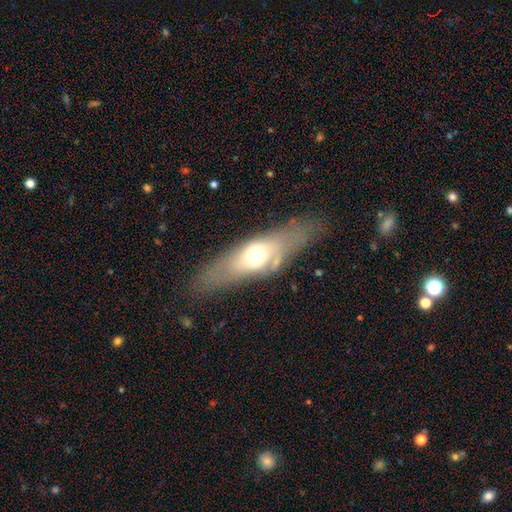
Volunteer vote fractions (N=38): smooth 53%, featured or disk 39%, star or artifact 8%. Down the decision tree: how rounded — in between (60%); merging — none (94%).